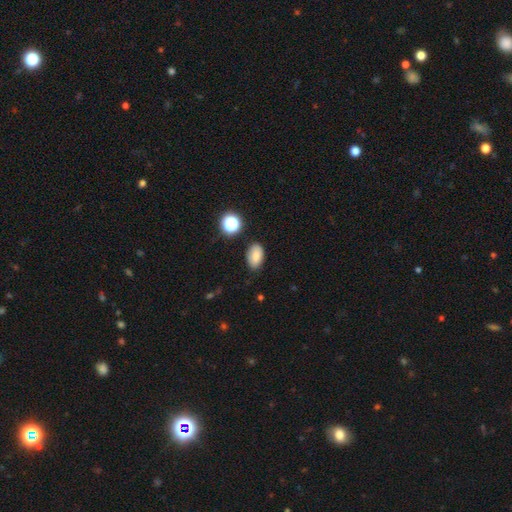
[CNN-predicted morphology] A smooth galaxy with no disk features (82%) that is in between round and cigar-shaped (91%).

Vote fractions:
- Smooth or featured? smooth: 82% / star or artifact: 11% / featured or disk: 7%
- How rounded? in between: 91% / round: 8% / cigar-shaped: 2%
- Merging? none: 83% / minor disturbance: 13% / major disturbance: 3% / merger: 2%